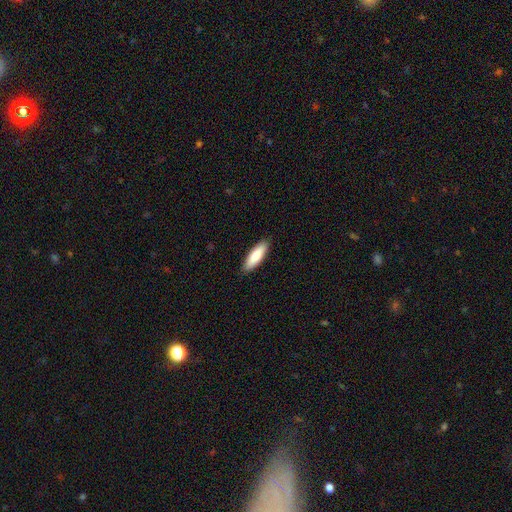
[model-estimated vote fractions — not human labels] Smooth or featured: smooth — 82% (featured or disk — 12%)
How rounded: in between — 51% (cigar-shaped — 47%)
Merging: none — 89% (minor disturbance — 8%)